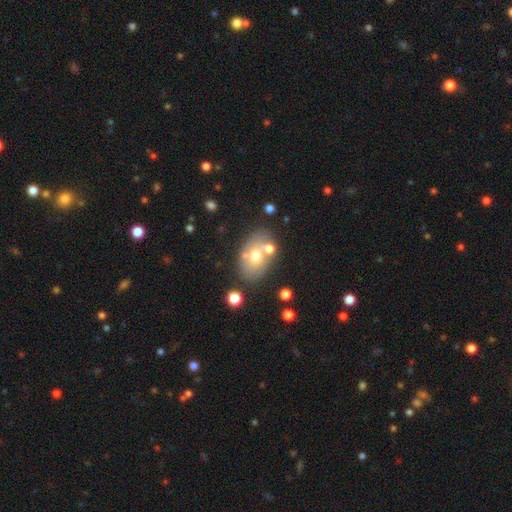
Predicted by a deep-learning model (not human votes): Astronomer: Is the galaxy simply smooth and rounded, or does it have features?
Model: smooth — 58%.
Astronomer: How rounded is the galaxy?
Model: in between — 80%.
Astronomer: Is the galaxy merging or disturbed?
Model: none — 62%.